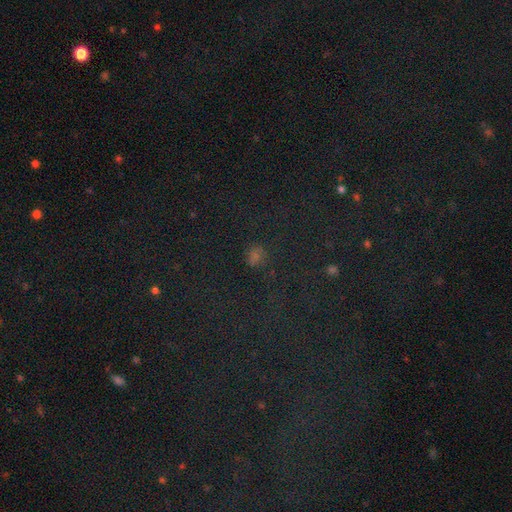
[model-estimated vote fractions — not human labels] This is possibly a smooth galaxy (49%). Merging: likely none (78%).